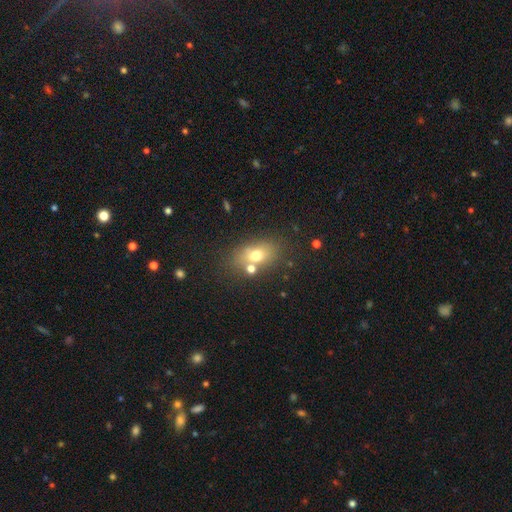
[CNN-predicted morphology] Smooth or featured?
  - smooth: 68% *
  - featured or disk: 19%
  - star or artifact: 13%
How rounded?
  - in between: 73% *
  - round: 24%
  - cigar-shaped: 2%
Merging?
  - none: 65% *
  - merger: 17%
  - minor disturbance: 13%
  - major disturbance: 5%